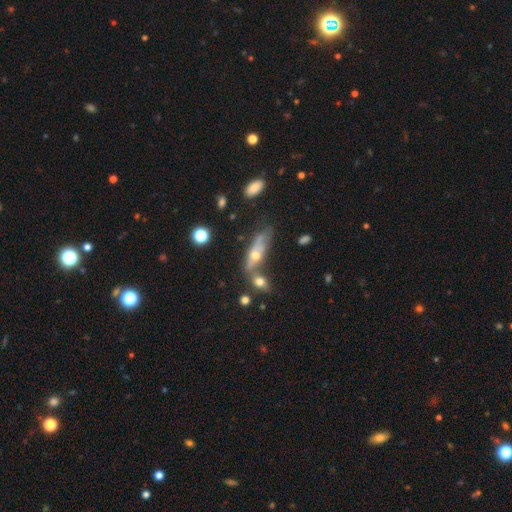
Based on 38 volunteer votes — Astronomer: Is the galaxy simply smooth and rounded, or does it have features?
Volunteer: featured or disk — 50% (runner-up: smooth, 45%).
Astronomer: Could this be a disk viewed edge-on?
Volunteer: no — 68%.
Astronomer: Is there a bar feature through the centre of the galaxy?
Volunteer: no — 77%.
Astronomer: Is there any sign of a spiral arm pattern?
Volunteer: no — 69%.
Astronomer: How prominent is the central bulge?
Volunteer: moderate — 92%.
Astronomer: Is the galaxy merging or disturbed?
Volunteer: merger — 42% (runner-up: major disturbance, 25%).